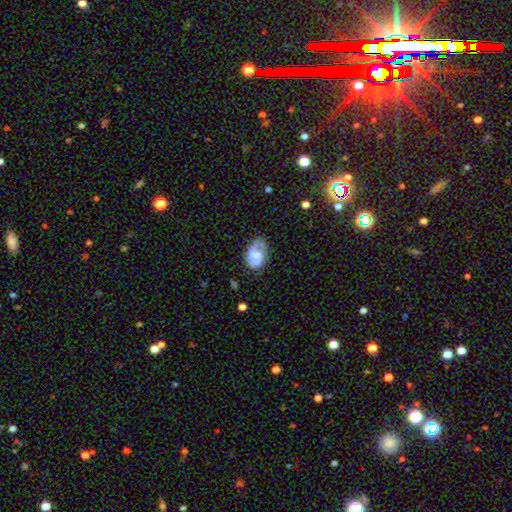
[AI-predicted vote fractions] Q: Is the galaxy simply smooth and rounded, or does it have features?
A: featured or disk — 52%.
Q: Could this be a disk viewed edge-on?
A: no — 96%.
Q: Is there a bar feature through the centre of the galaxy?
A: weak — 43%.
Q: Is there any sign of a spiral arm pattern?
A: yes — 62%.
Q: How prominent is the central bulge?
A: moderate — 42%.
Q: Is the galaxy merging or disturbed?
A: none — 64%.